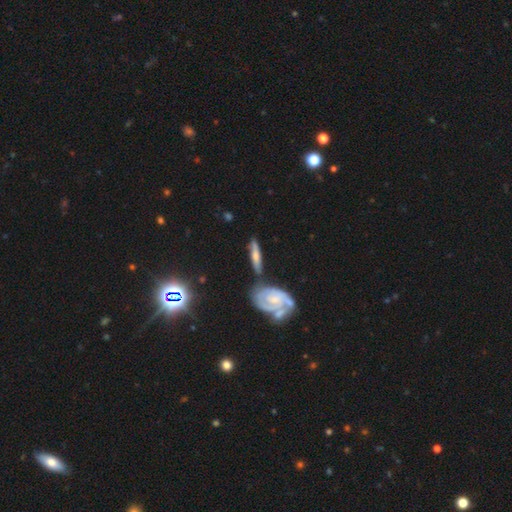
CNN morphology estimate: Smooth or featured: featured or disk — 52% (smooth — 41%)
Edge-on disk: yes — 59% (no — 41%)
Merging: none — 63% (minor disturbance — 17%)